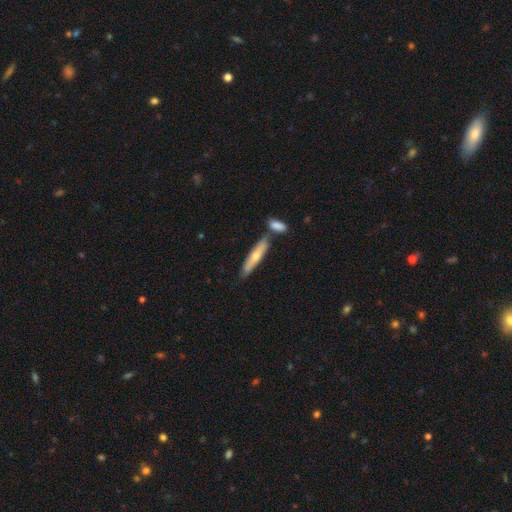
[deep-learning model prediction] Smooth or featured: smooth — 54% (featured or disk — 40%)
How rounded: cigar-shaped — 83% (in between — 15%)
Merging: none — 69% (merger — 17%)